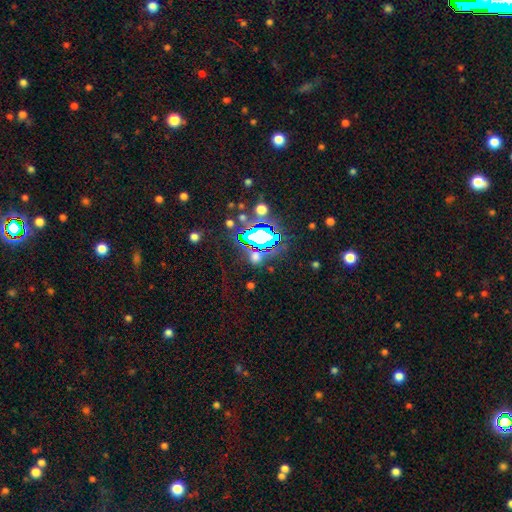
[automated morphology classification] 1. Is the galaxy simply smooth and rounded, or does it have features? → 59% star or artifact, 28% smooth, 12% featured or disk.